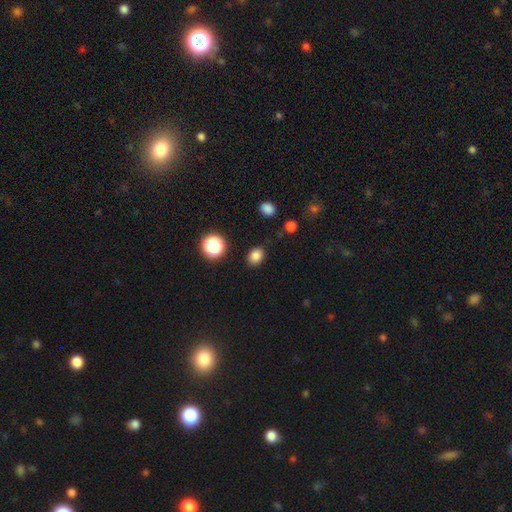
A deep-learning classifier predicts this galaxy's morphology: A smooth galaxy with no disk features (83%) that is in between round and cigar-shaped (50%). Merging: none (86%).